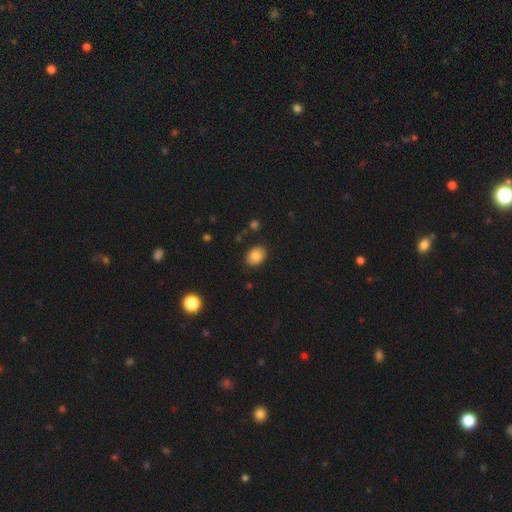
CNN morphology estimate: smooth-or-featured: smooth: 84% | star or artifact: 9% | featured or disk: 7%
  how-rounded: in between: 57% | round: 42% | cigar-shaped: 1%
  merging: none: 87% | minor disturbance: 9% | major disturbance: 2% | merger: 2%